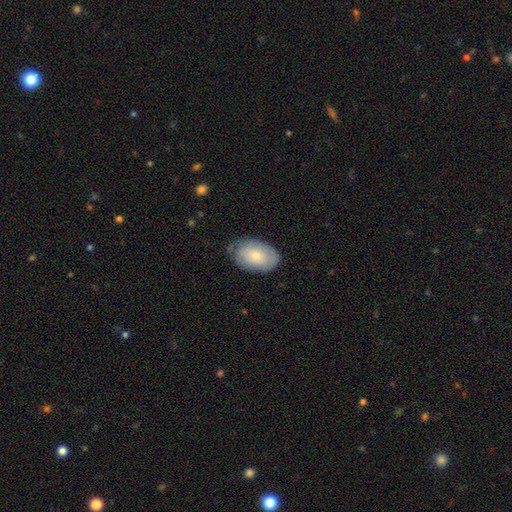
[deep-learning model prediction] Smooth or featured: smooth — 69% (featured or disk — 25%)
How rounded: in between — 92% (round — 7%)
Merging: none — 71% (minor disturbance — 23%)